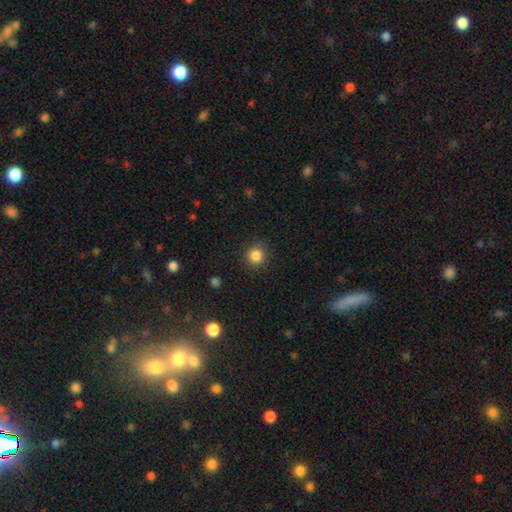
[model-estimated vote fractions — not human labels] Overall: smooth (85%). How rounded: round (92%). Merging: none (89%).